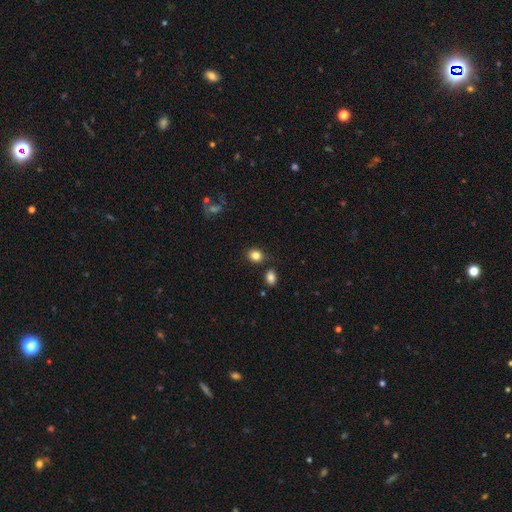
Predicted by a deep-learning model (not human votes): This appears to be a smooth galaxy with no disk features (84%) that is round (58%). Merging: none (76%).